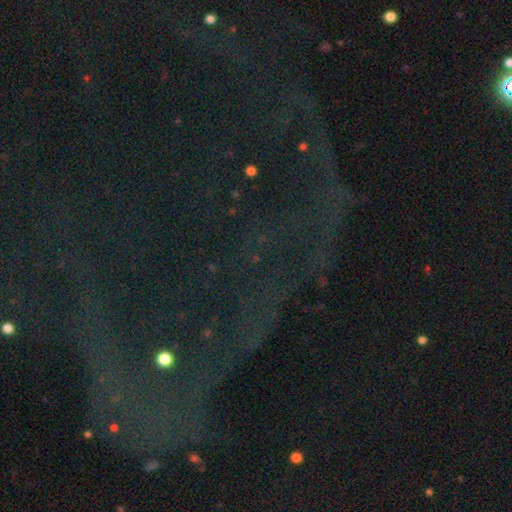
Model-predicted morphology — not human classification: This is likely a star or artifact rather than a galaxy (80%).